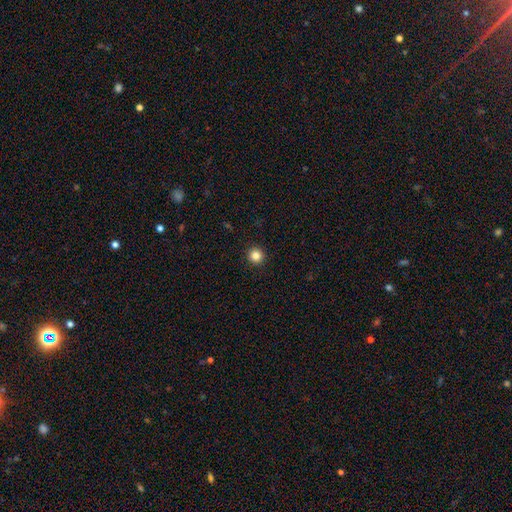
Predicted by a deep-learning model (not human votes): Overall: smooth (84%). How rounded: round (95%). Merging: none (94%).